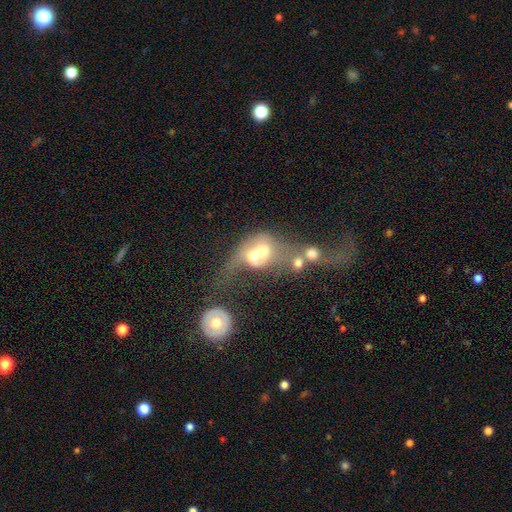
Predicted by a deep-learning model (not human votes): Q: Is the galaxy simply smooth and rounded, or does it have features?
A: featured or disk — 47%.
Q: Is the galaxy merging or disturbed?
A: merger — 68%.